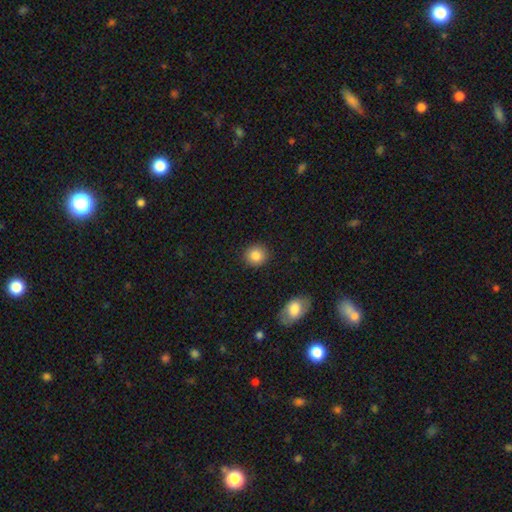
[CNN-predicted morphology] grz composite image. It shows a smooth galaxy with no disk features (85%) that is round (88%). Merging: none (90%).